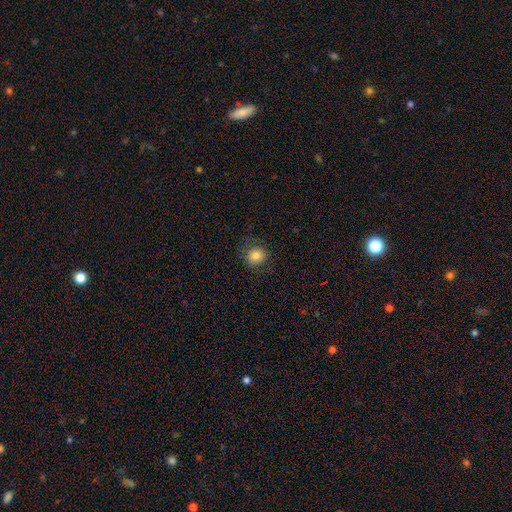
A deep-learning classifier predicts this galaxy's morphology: Smooth or featured? Predicted: smooth (p=0.81). How rounded? Predicted: round (p=0.81). Merging? Predicted: none (p=0.77).